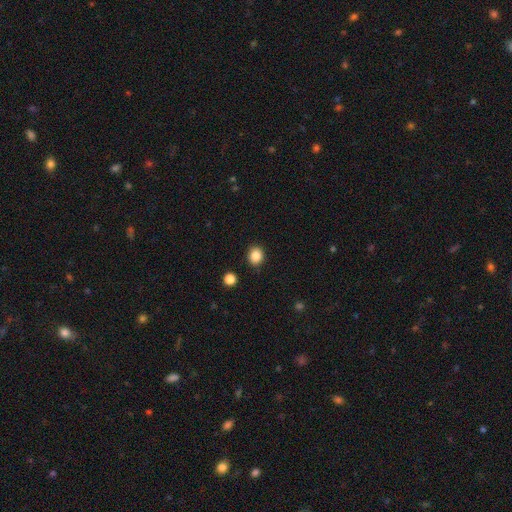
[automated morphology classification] The model was most divided on "how rounded": round: 78%, in between: 22%, cigar-shaped: 1%. More confident: merging — none (88%); smooth or featured — smooth (86%).